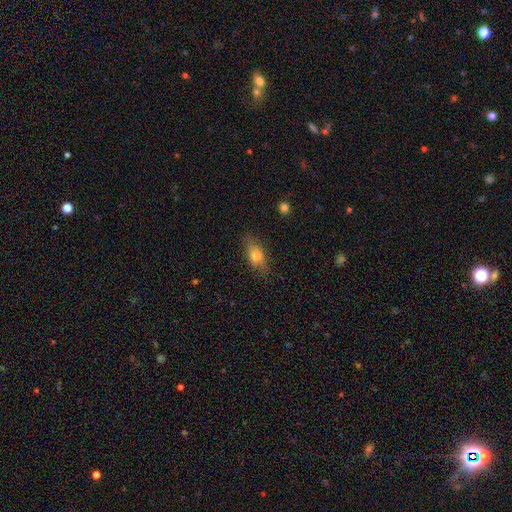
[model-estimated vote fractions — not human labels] smooth_or_featured: smooth (p=0.62) [alt: featured or disk p=0.28]
how_rounded: in between (p=0.69) [alt: cigar-shaped p=0.24]
merging: none (p=0.78) [alt: minor disturbance p=0.16]